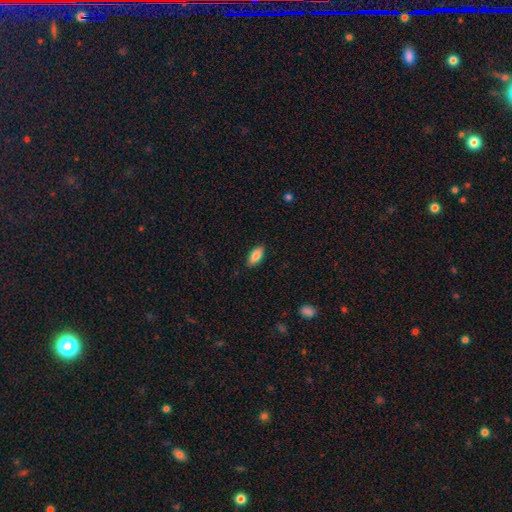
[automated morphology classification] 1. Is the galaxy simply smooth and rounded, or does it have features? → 85% smooth, 8% featured or disk, 7% star or artifact.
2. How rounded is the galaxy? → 86% in between, 12% cigar-shaped, 2% round.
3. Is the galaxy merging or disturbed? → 88% none, 9% minor disturbance, 2% major disturbance, 1% merger.